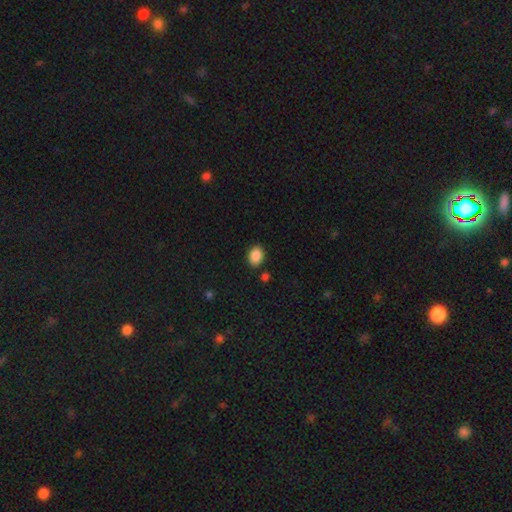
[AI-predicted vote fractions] The model was most divided on "how rounded": in between: 70%, round: 29%, cigar-shaped: 1%. More confident: smooth or featured — smooth (88%); merging — none (86%).